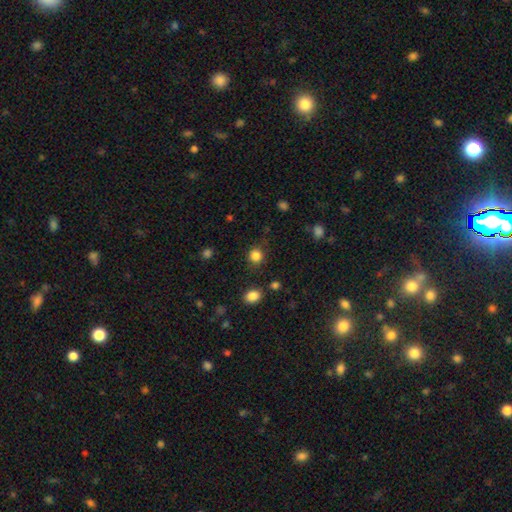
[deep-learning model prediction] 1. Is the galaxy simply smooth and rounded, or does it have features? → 84% smooth, 12% star or artifact, 4% featured or disk.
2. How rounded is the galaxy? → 87% round, 12% in between, 1% cigar-shaped.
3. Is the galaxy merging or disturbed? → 83% none, 10% minor disturbance, 4% major disturbance, 3% merger.